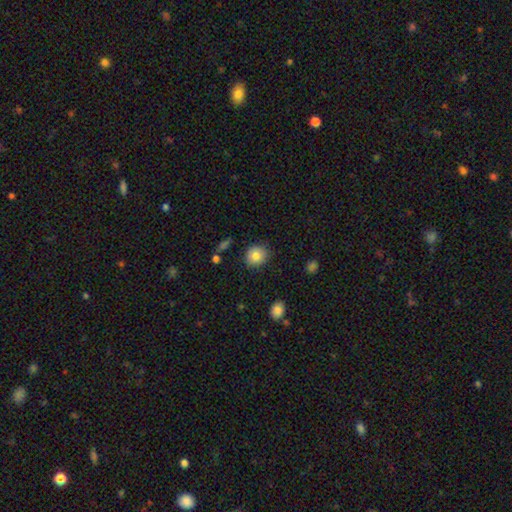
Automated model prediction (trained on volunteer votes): Q: Smooth or featured?
A: smooth (82%); runner-up: featured or disk (10%)
Q: How rounded?
A: round (82%); runner-up: in between (17%)
Q: Merging?
A: none (85%); runner-up: minor disturbance (11%)